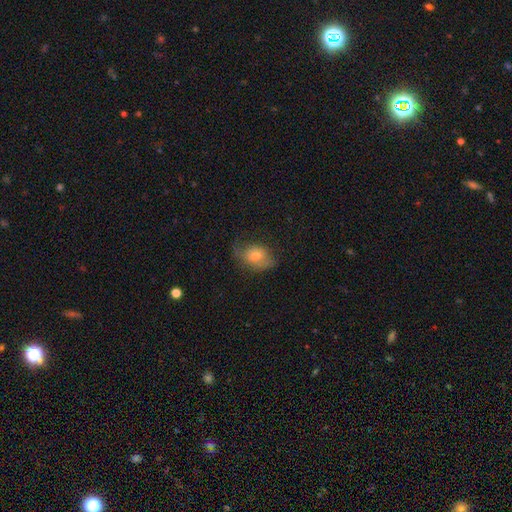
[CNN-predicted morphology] smooth-or-featured: smooth: 64% | featured or disk: 25% | star or artifact: 10%
  how-rounded: in between: 68% | round: 30% | cigar-shaped: 2%
  merging: none: 56% | minor disturbance: 28% | major disturbance: 15% | merger: 1%